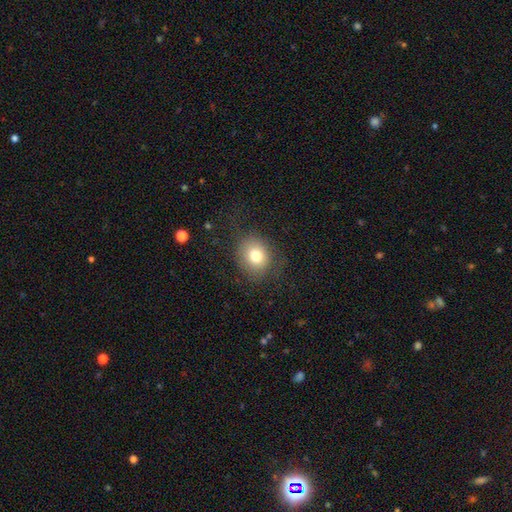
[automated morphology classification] type=smooth (76%); roundness=round (65%); merging=none (75%).